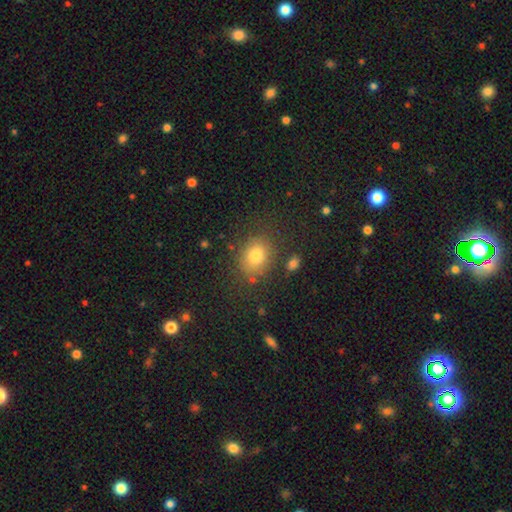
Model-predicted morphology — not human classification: smooth 77%, star or artifact 13%, featured or disk 9%. Down the decision tree: how rounded — round (51%); merging — none (80%).